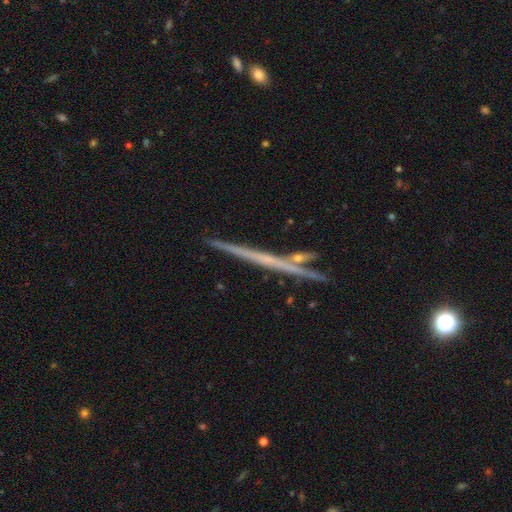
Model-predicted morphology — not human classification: A featured or disk galaxy (68%) viewed edge-on (97%) with no central bulge (87%).

Vote fractions:
- Smooth or featured? featured or disk: 68% / smooth: 26% / star or artifact: 6%
- Edge-on disk? yes: 97% / no: 3%
- Edge-on bulge? none: 87% / rounded: 10% / boxy: 3%
- Merging? none: 80% / merger: 9% / minor disturbance: 9% / major disturbance: 2%